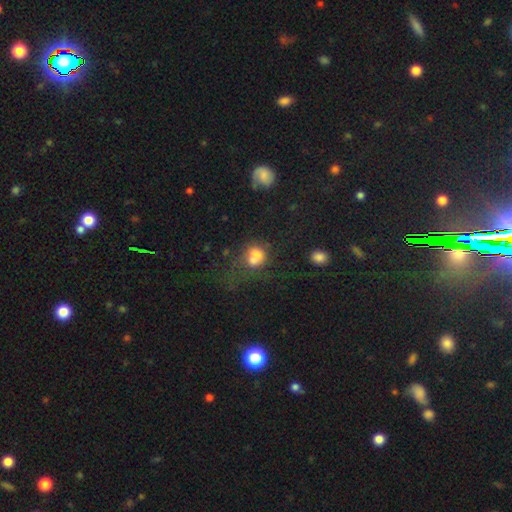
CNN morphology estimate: smooth-or-featured: smooth: 64% | featured or disk: 21% | star or artifact: 14%
  how-rounded: round: 59% | in between: 39% | cigar-shaped: 1%
  merging: merger: 49% | none: 25% | major disturbance: 14% | minor disturbance: 12%